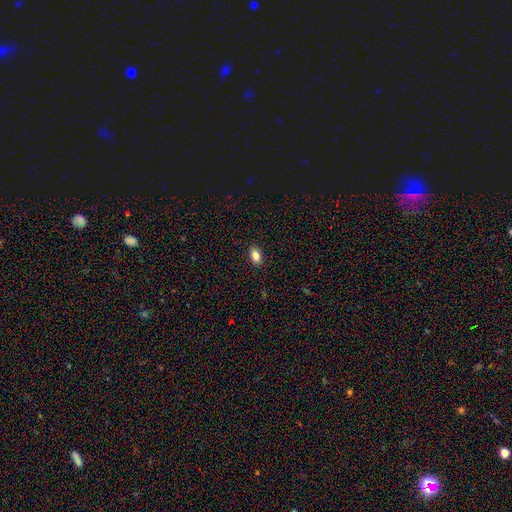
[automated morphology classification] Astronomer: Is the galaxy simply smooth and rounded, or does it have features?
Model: smooth — 84%.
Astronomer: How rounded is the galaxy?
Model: in between — 88%.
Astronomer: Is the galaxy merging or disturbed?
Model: none — 89%.